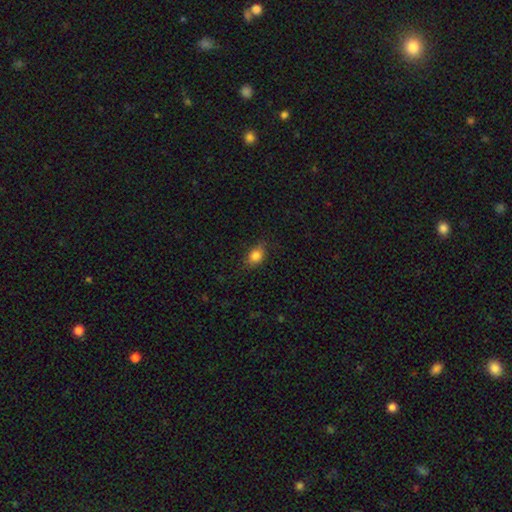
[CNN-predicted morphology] Smooth or featured?
  - smooth: 83% *
  - star or artifact: 10%
  - featured or disk: 7%
How rounded?
  - in between: 72% *
  - round: 25%
  - cigar-shaped: 3%
Merging?
  - none: 78% *
  - minor disturbance: 17%
  - major disturbance: 4%
  - merger: 1%